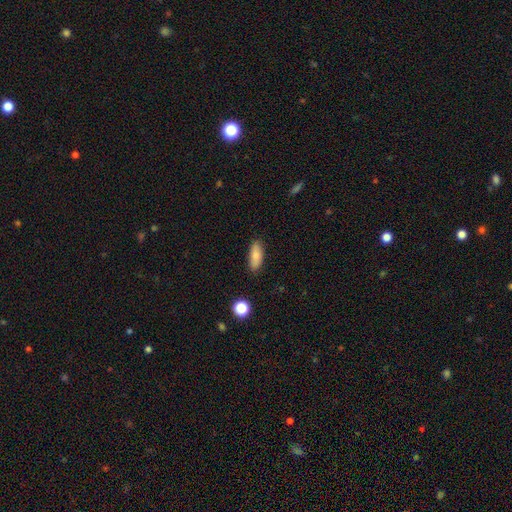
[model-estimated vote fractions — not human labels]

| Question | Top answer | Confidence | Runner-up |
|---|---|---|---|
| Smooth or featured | smooth | 83% | featured or disk (9%) |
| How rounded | in between | 77% | cigar-shaped (21%) |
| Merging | none | 83% | minor disturbance (13%) |